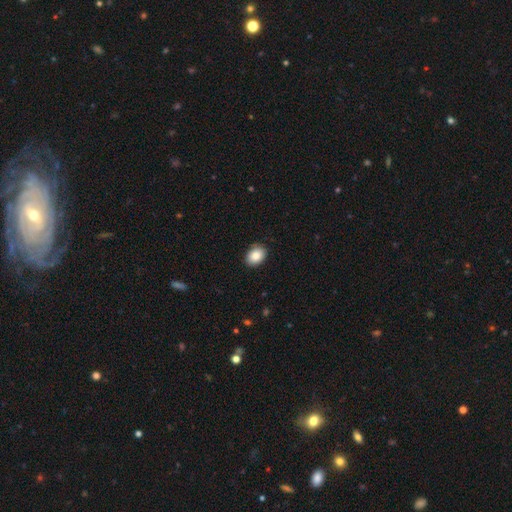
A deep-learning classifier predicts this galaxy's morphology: Smooth or featured: smooth — 88% (star or artifact — 7%)
How rounded: in between — 72% (round — 27%)
Merging: none — 87% (minor disturbance — 10%)